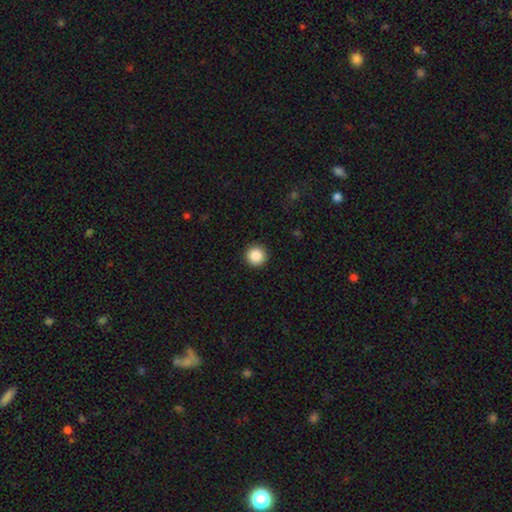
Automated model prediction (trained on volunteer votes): Smooth or featured? Predicted: smooth (p=0.87). How rounded? Predicted: round (p=0.96). Merging? Predicted: none (p=0.93).